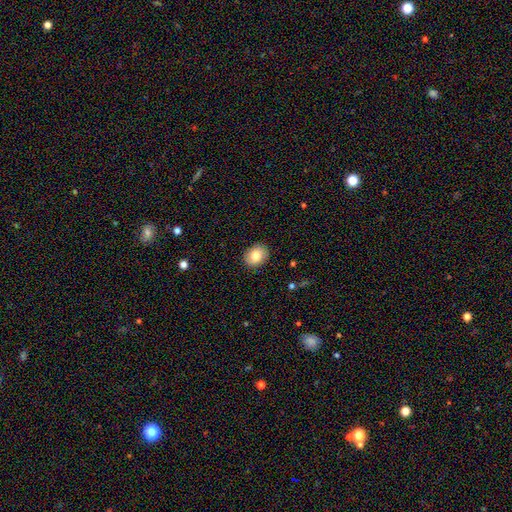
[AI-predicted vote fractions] A smooth galaxy with no disk features (82%) that is in between round and cigar-shaped (57%). Merging: none (89%).